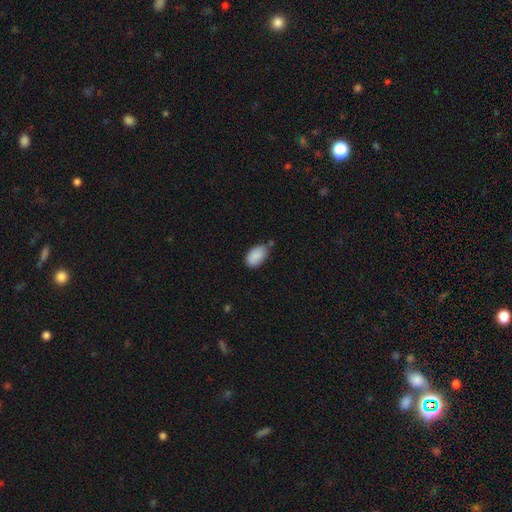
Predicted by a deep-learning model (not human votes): Q: Smooth or featured?
A: smooth (88%); runner-up: star or artifact (7%)
Q: How rounded?
A: in between (93%); runner-up: round (5%)
Q: Merging?
A: none (61%); runner-up: minor disturbance (27%)